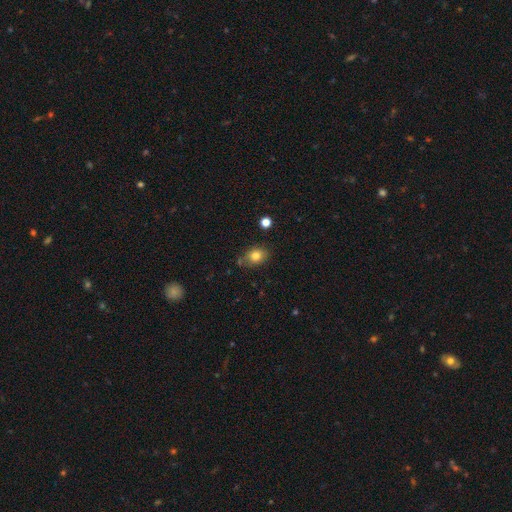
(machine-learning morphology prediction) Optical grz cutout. It shows a smooth galaxy with no disk features (81%) that is in between round and cigar-shaped (57%). Merging: none (73%).